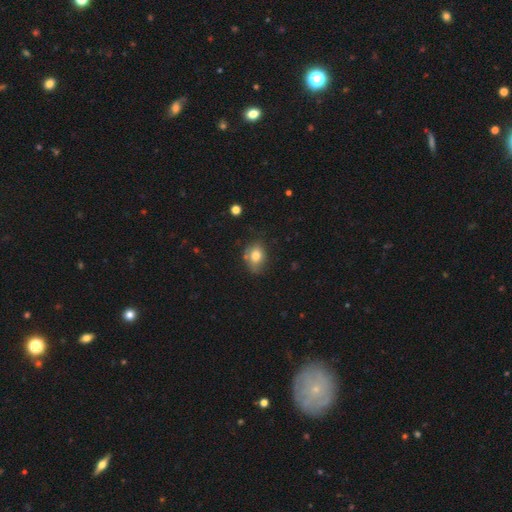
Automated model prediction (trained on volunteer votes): A smooth galaxy with no disk features (76%) that is in between round and cigar-shaped (64%).

Vote fractions:
- Smooth or featured? smooth: 76% / featured or disk: 14% / star or artifact: 10%
- How rounded? in between: 64% / round: 34% / cigar-shaped: 1%
- Merging? none: 58% / minor disturbance: 29% / major disturbance: 8% / merger: 5%